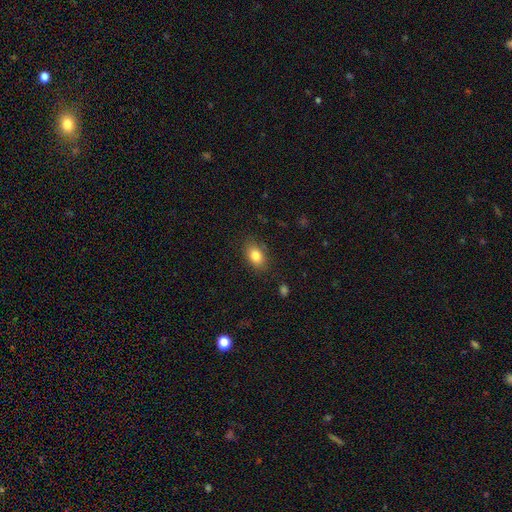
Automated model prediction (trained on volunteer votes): A smooth galaxy with no disk features (83%) that is in between round and cigar-shaped (83%). Merging: none (83%).